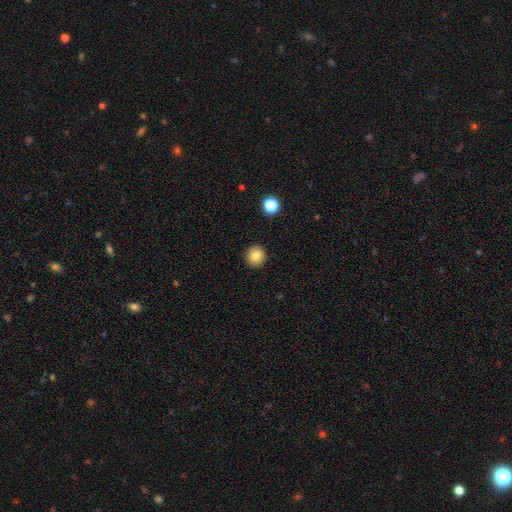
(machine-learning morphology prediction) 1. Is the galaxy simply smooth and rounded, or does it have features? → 83% smooth, 10% star or artifact, 7% featured or disk.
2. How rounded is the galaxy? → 94% round, 5% in between, 1% cigar-shaped.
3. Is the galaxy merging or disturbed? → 92% none, 5% minor disturbance, 2% major disturbance, 1% merger.